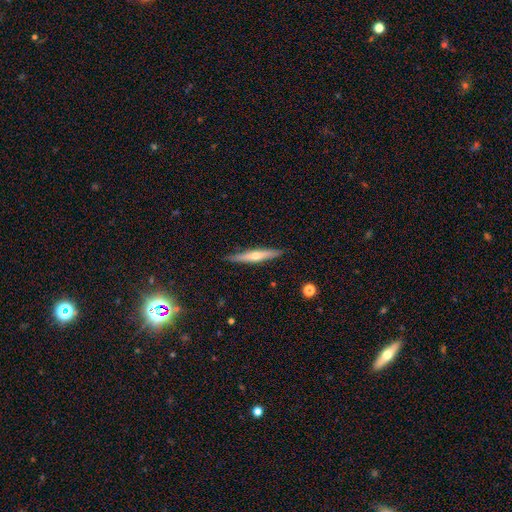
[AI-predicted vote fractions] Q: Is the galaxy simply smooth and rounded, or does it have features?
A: featured or disk — 57%.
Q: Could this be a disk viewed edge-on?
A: yes — 95%.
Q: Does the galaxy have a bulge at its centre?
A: rounded — 81%.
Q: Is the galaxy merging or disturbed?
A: none — 89%.